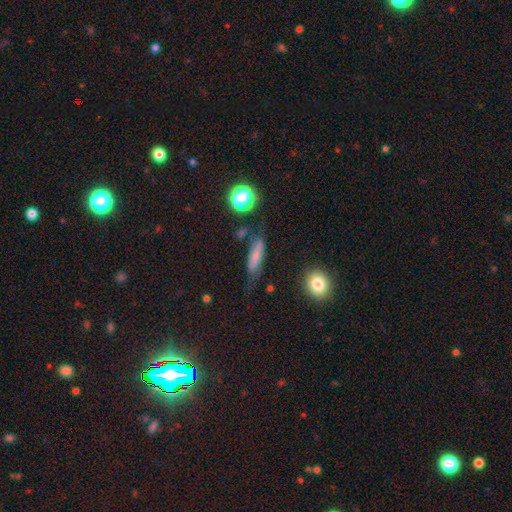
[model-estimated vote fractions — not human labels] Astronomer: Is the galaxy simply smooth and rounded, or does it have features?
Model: smooth — 64%.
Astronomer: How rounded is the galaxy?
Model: cigar-shaped — 63%.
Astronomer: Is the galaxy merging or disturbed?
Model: none — 57%.